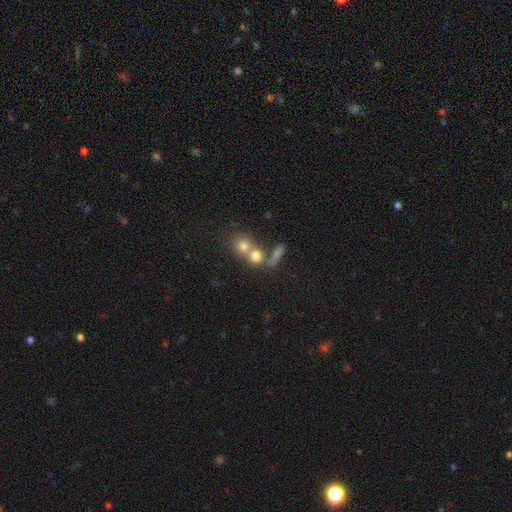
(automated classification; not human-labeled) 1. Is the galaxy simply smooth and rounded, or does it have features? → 71% smooth, 16% featured or disk, 13% star or artifact.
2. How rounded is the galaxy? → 70% round, 27% in between, 3% cigar-shaped.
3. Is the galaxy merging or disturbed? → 54% merger, 34% none, 7% minor disturbance, 5% major disturbance.